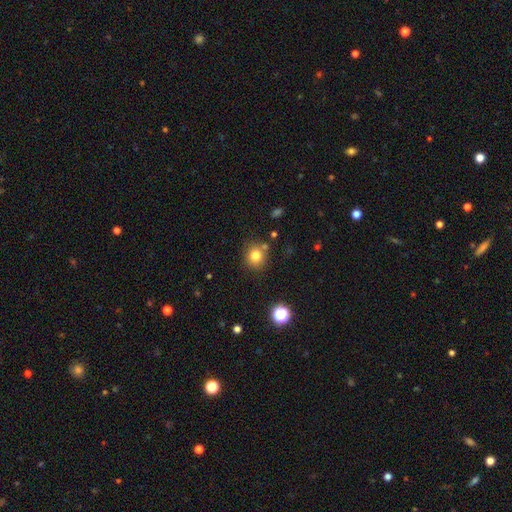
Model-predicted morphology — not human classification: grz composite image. It shows a smooth galaxy with no disk features (79%) that is round (85%). Merging: none (78%).